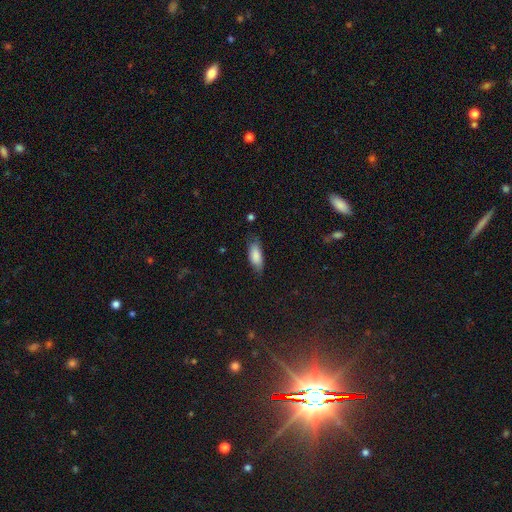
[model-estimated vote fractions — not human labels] Overall: smooth (84%). How rounded: in between (78%). Merging: none (71%).